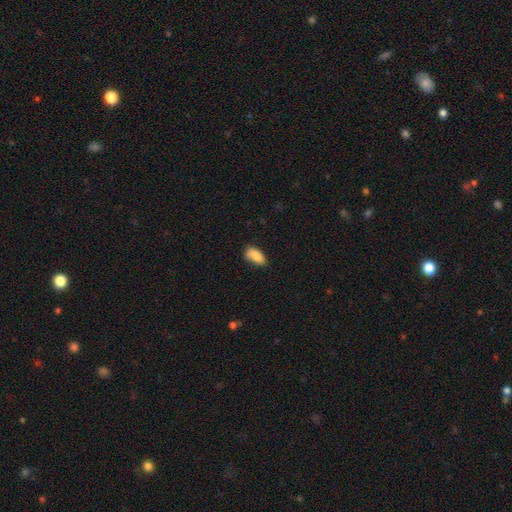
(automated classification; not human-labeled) A smooth galaxy with no disk features (83%) that is in between round and cigar-shaped (90%). Merging: none (62%).